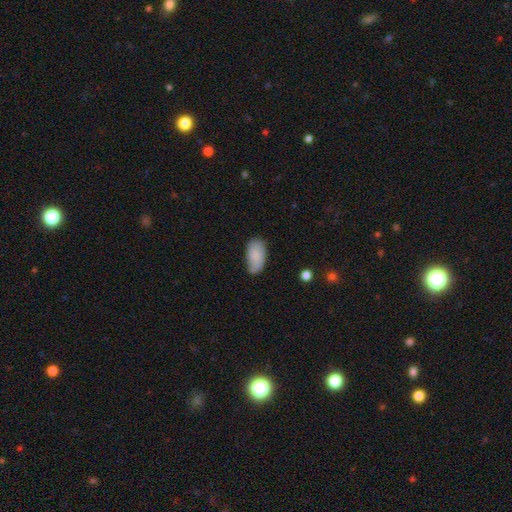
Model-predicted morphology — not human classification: smooth_or_featured: smooth (p=0.84) [alt: featured or disk p=0.10]
how_rounded: in between (p=0.95) [alt: round p=0.03]
merging: none (p=0.65) [alt: minor disturbance p=0.28]